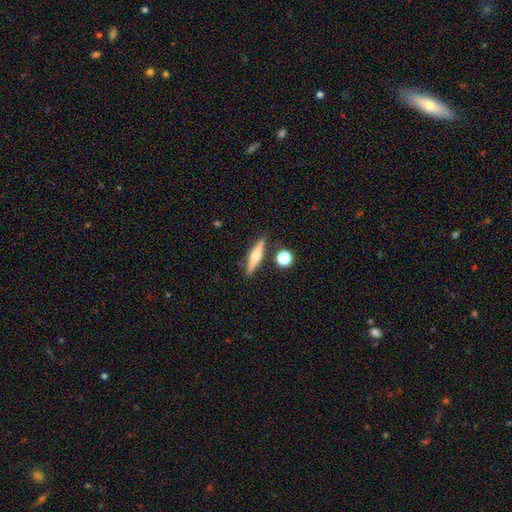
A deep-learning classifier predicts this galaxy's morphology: Smooth or featured? featured or disk (49%)
Merging? none (84%)